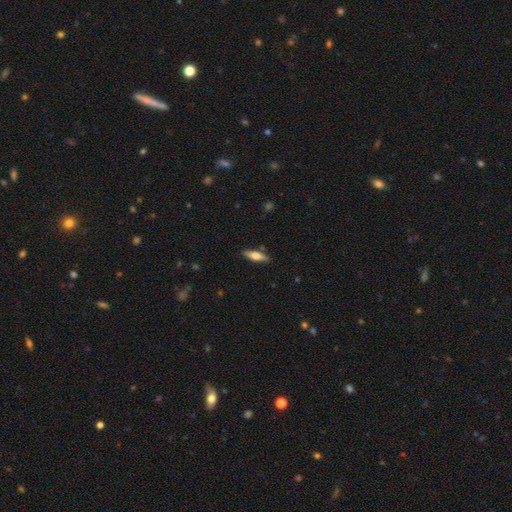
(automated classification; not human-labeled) This is possibly a smooth galaxy (51%). How rounded: possibly cigar-shaped (57%). Merging: clearly none (85%).